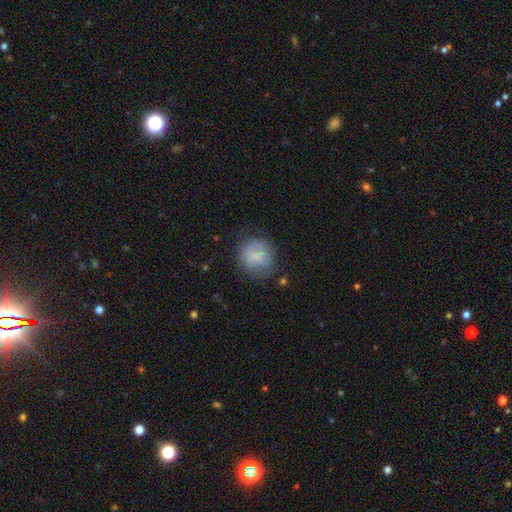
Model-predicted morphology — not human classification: The model was most divided on "smooth or featured": smooth: 64%, featured or disk: 27%, star or artifact: 9%. More confident: how rounded — round (82%); merging — none (64%).